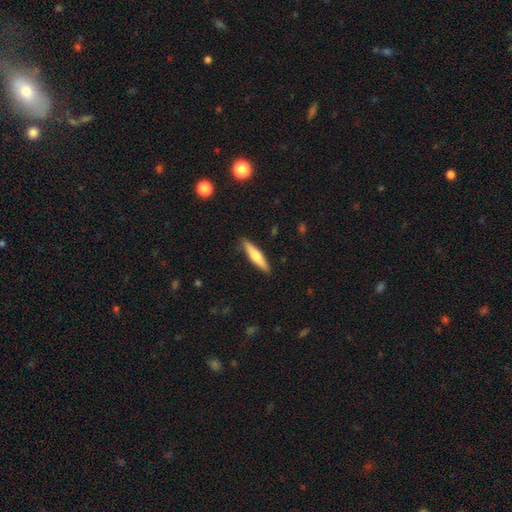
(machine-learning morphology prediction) Smooth or featured? smooth (59%)
How rounded? cigar-shaped (83%)
Merging? none (89%)